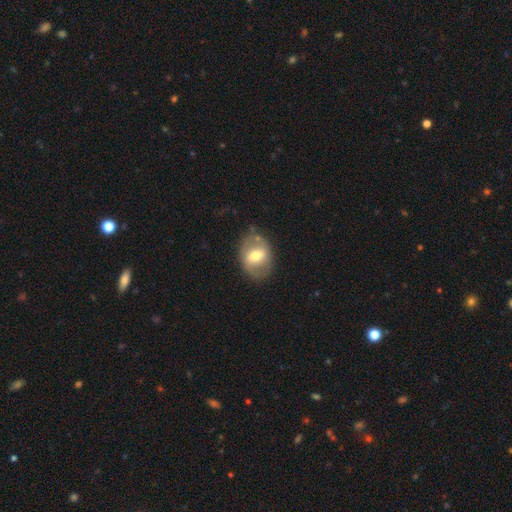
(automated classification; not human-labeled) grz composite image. It shows a smooth galaxy with no disk features (50%) that is in between round and cigar-shaped (67%). Merging: none (71%).